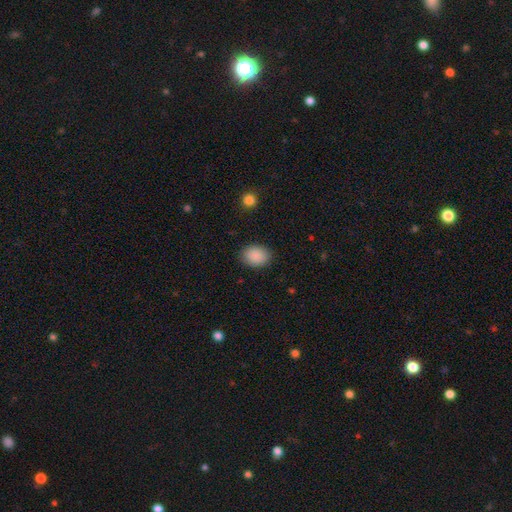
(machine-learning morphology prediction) smooth-or-featured: smooth: 89% | star or artifact: 8% | featured or disk: 3%
  how-rounded: in between: 65% | round: 34% | cigar-shaped: 1%
  merging: none: 87% | minor disturbance: 9% | major disturbance: 3% | merger: 1%